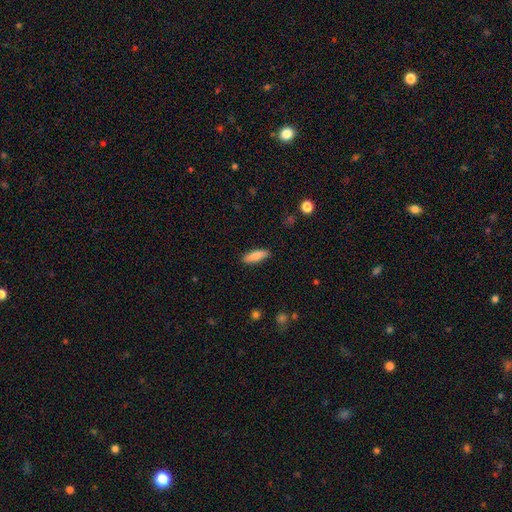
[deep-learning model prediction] smooth 83%, featured or disk 10%, star or artifact 6%. Down the decision tree: how rounded — in between (49%, tied with cigar-shaped); merging — none (87%).